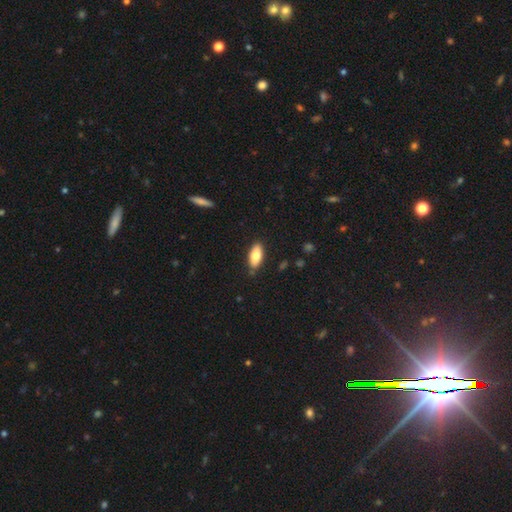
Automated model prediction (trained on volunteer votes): Smooth or featured? smooth (78%)
How rounded? in between (85%)
Merging? none (86%)